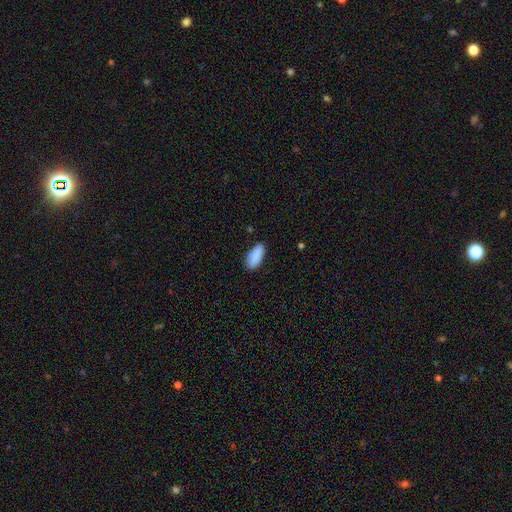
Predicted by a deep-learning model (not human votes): Morphology: type=smooth (89%); roundness=in between (87%); merging=none (81%).